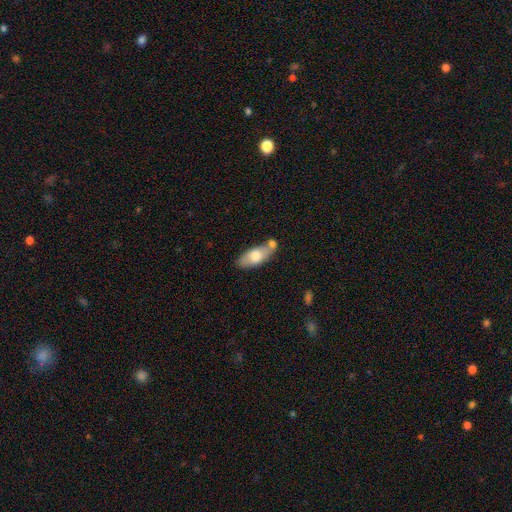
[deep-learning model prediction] Morphology: type=smooth (68%); roundness=in between (82%); merging=none (53%).